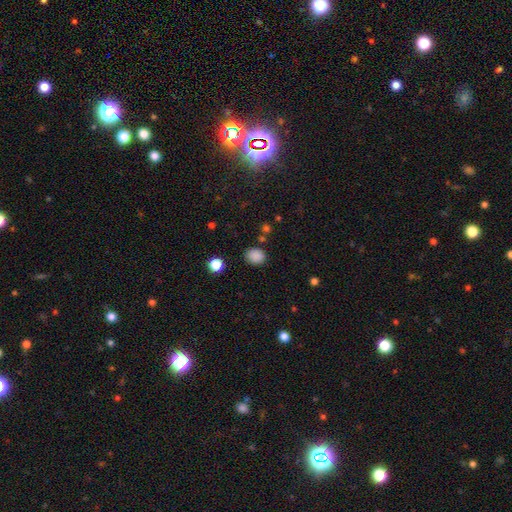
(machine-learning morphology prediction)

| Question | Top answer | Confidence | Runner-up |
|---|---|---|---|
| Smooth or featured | smooth | 85% | star or artifact (12%) |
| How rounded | round | 60% | in between (39%) |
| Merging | none | 82% | minor disturbance (11%) |